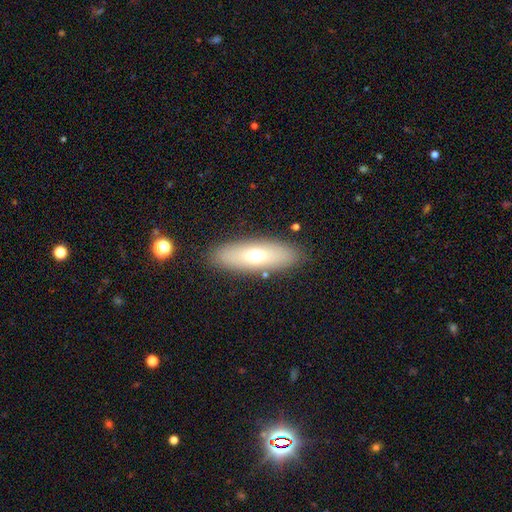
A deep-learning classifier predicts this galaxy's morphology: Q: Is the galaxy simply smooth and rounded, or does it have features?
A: smooth — 64%.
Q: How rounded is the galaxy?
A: in between — 65%.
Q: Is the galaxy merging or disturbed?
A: none — 86%.